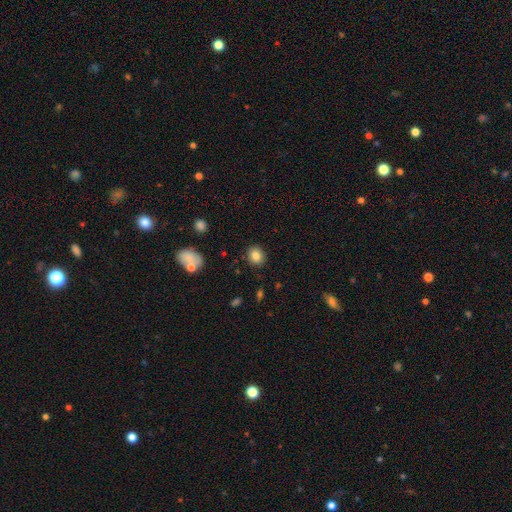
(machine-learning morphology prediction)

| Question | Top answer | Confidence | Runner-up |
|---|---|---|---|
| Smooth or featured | smooth | 83% | star or artifact (10%) |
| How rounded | round | 69% | in between (30%) |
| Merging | none | 89% | minor disturbance (8%) |